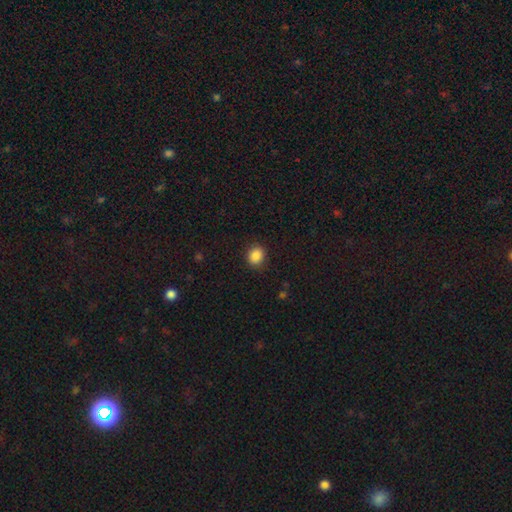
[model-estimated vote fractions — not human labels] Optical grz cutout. It shows a smooth galaxy with no disk features (87%) that is round (66%). Merging: none (86%).